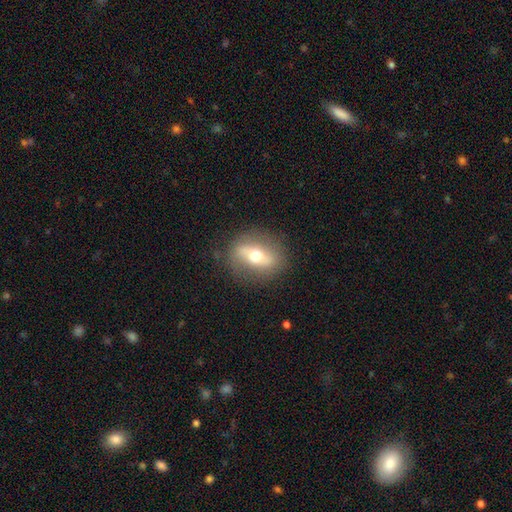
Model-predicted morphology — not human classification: smooth-or-featured: featured or disk: 54% | smooth: 38% | star or artifact: 8%
  disk-edge-on: no: 72% | yes: 28%
  merging: none: 83% | minor disturbance: 11% | major disturbance: 5% | merger: 1%